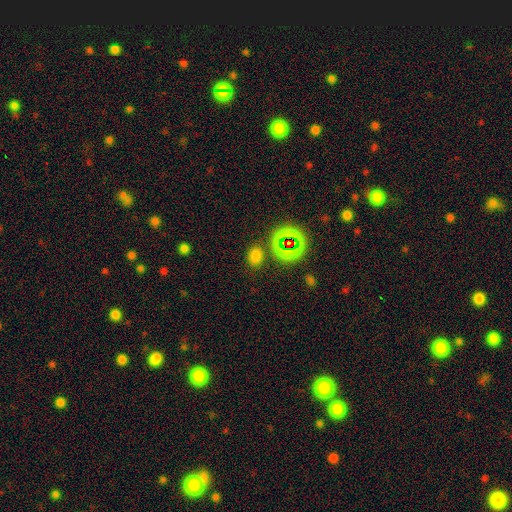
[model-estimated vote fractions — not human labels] This is likely a smooth galaxy (65%). How rounded: possibly in between (55%). Merging: clearly none (81%).